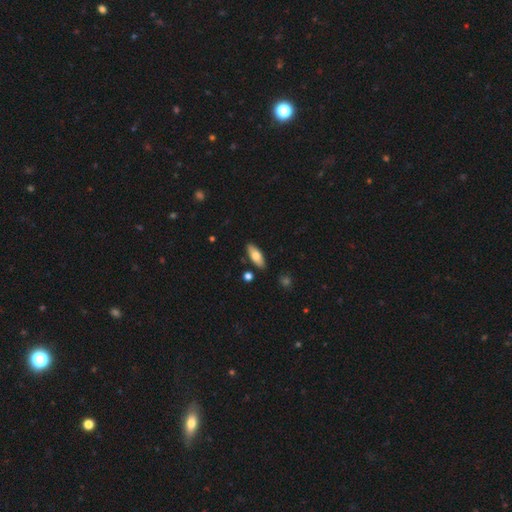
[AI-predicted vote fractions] A smooth galaxy with no disk features (73%) that is in between round and cigar-shaped (73%). Merging: none (84%).